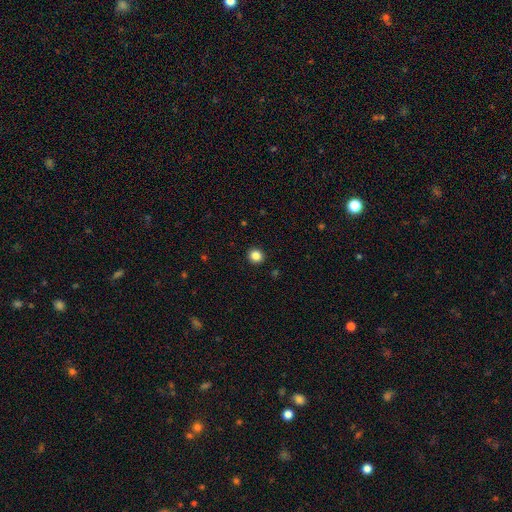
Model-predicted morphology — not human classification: This is clearly a smooth galaxy (85%). How rounded: clearly round (88%). Merging: clearly none (93%).